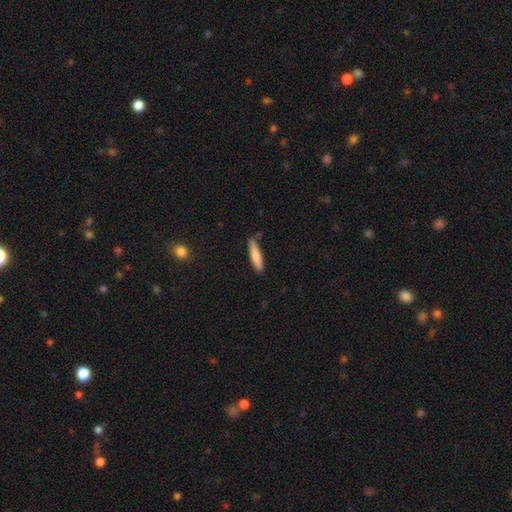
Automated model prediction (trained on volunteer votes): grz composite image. It shows a smooth galaxy with no disk features (78%) that is cigar-shaped (85%). Merging: none (82%).